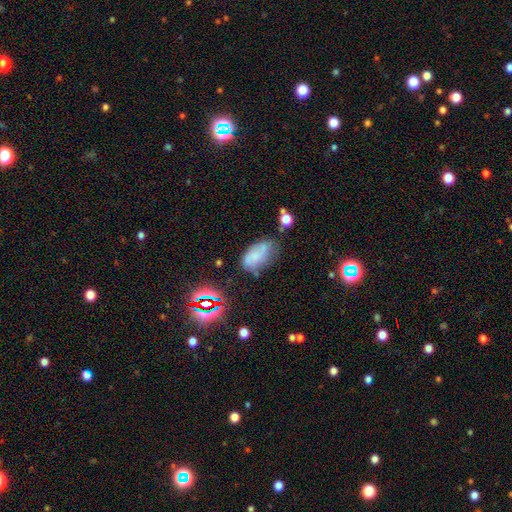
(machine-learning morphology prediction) smooth 59%, featured or disk 25%, star or artifact 16%. Down the decision tree: how rounded — in between (91%); merging — none (44%).